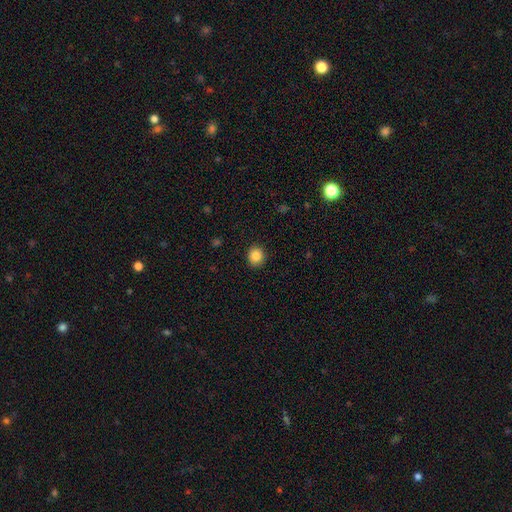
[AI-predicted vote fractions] The model was most divided on "how rounded": round: 79%, in between: 20%, cigar-shaped: 1%. More confident: merging — none (91%); smooth or featured — smooth (86%).